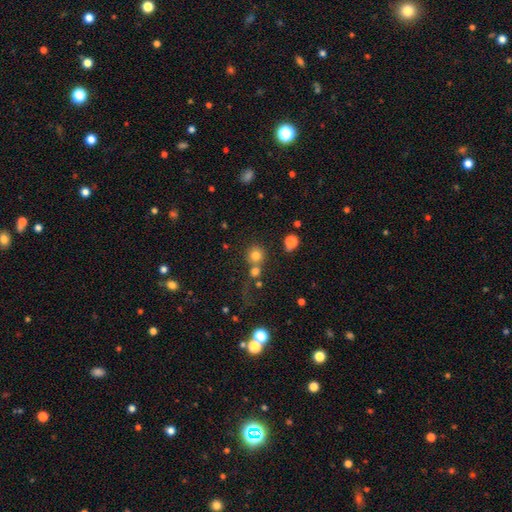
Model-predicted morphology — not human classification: The model was most divided on "merging": none: 59%, merger: 28%, minor disturbance: 8%, major disturbance: 5%. More confident: how rounded — round (90%); smooth or featured — smooth (77%).